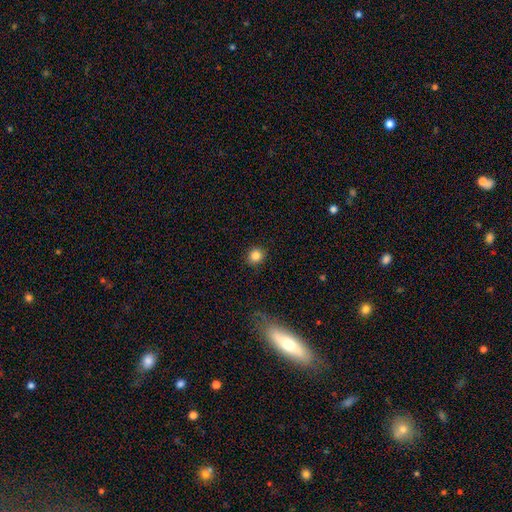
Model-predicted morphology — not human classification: smooth_or_featured: smooth (p=0.84) [alt: star or artifact p=0.11]
how_rounded: round (p=0.81) [alt: in between p=0.18]
merging: none (p=0.89) [alt: minor disturbance p=0.08]